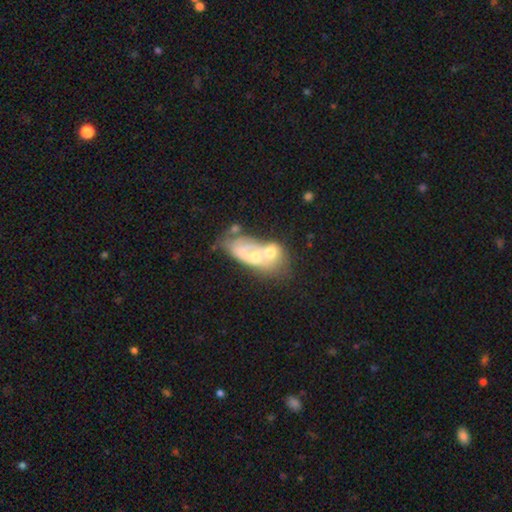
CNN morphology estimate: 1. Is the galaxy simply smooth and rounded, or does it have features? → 54% featured or disk, 37% smooth, 9% star or artifact.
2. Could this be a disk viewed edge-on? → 93% no, 7% yes.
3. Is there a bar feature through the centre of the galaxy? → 81% no, 14% weak, 4% strong.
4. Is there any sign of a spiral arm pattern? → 70% no, 30% yes.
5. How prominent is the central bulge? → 50% moderate, 29% small, 12% none, 8% large, 2% dominant.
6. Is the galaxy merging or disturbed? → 62% merger, 15% none, 14% major disturbance, 10% minor disturbance.